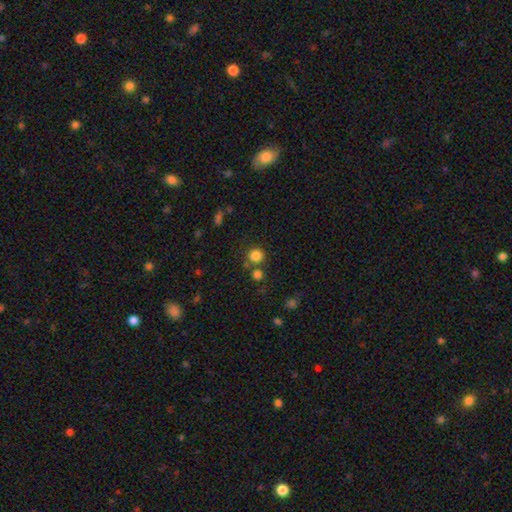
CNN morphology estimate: A smooth galaxy with no disk features (82%) that is round (92%).

Vote fractions:
- Smooth or featured? smooth: 82% / star or artifact: 13% / featured or disk: 5%
- How rounded? round: 92% / in between: 7% / cigar-shaped: 1%
- Merging? none: 73% / merger: 15% / minor disturbance: 8% / major disturbance: 3%